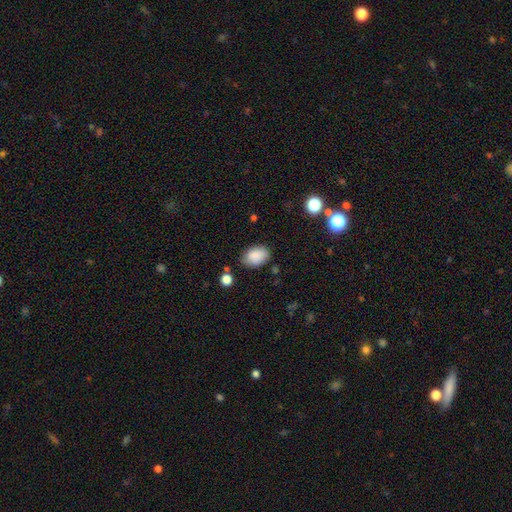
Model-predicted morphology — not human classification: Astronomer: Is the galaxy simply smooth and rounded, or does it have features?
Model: smooth — 88%.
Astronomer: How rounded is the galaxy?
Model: in between — 85%.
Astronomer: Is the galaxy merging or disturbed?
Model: none — 77%.